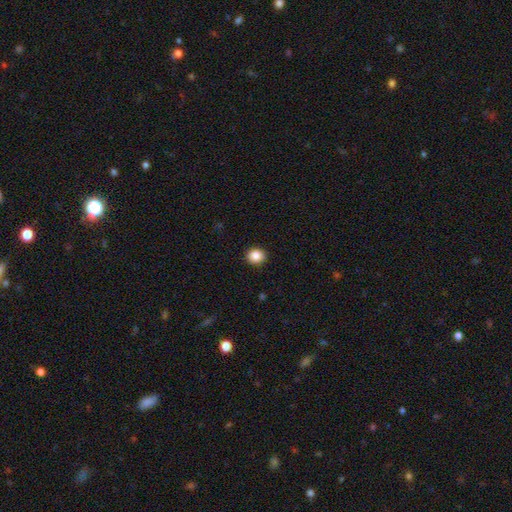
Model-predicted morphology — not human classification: smooth 87%, star or artifact 9%, featured or disk 4%. Down the decision tree: how rounded — round (76%); merging — none (92%).